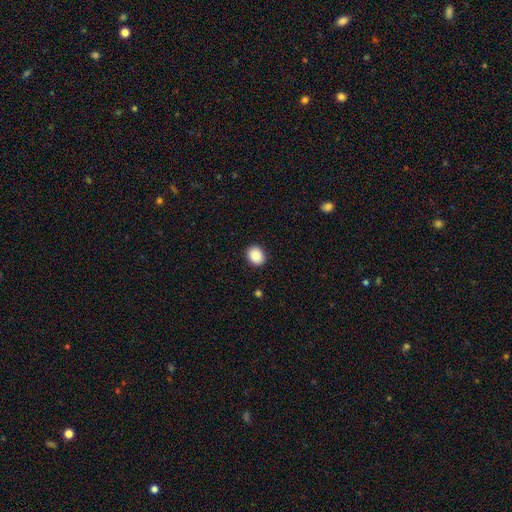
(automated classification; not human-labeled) Overall: smooth (89%). How rounded: round (52%; in between 47%). Merging: none (90%).